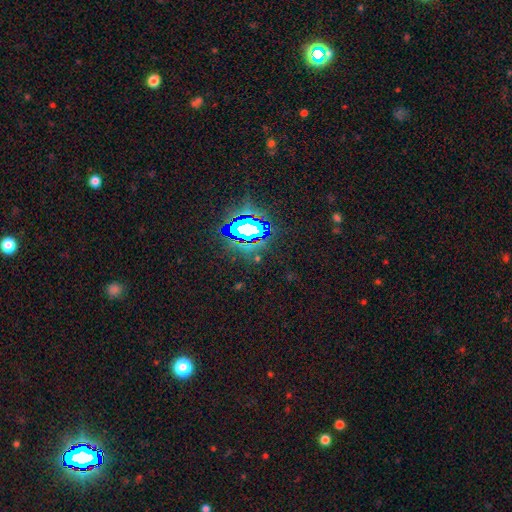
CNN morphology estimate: A star or artifact, not a galaxy (77%).

Vote fractions:
- Smooth or featured? star or artifact: 77% / smooth: 14% / featured or disk: 9%